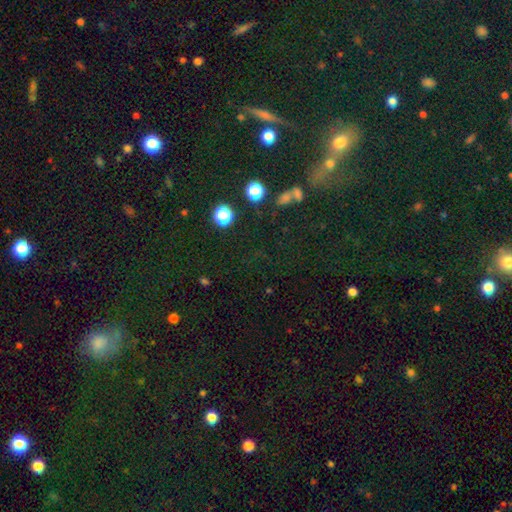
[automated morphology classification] Smooth or featured?
  - star or artifact: 65% *
  - smooth: 24%
  - featured or disk: 11%